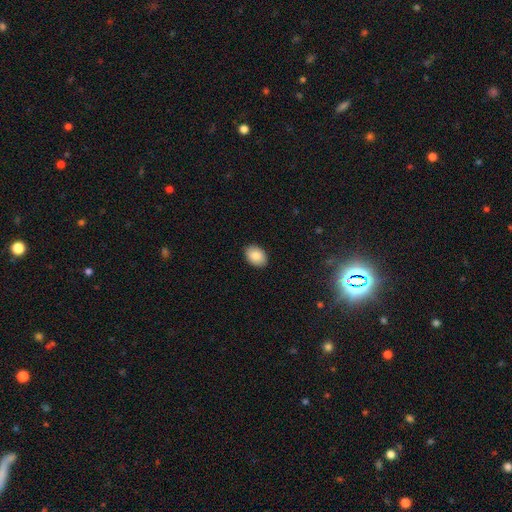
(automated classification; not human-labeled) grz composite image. It shows a smooth galaxy with no disk features (87%) that is in between round and cigar-shaped (80%). Merging: none (89%).